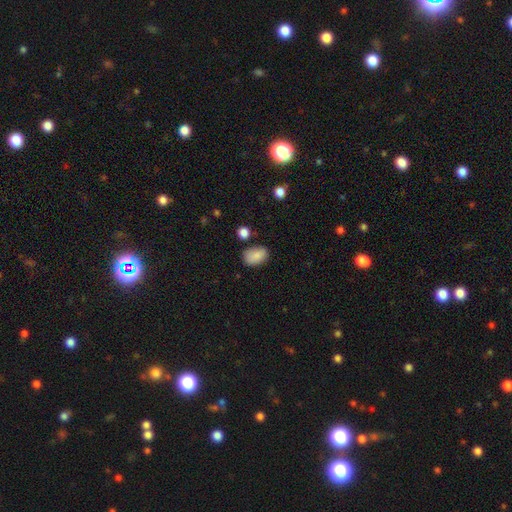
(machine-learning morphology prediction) smooth_or_featured: smooth (p=0.86) [alt: star or artifact p=0.08]
how_rounded: in between (p=0.85) [alt: round p=0.14]
merging: none (p=0.71) [alt: minor disturbance p=0.20]